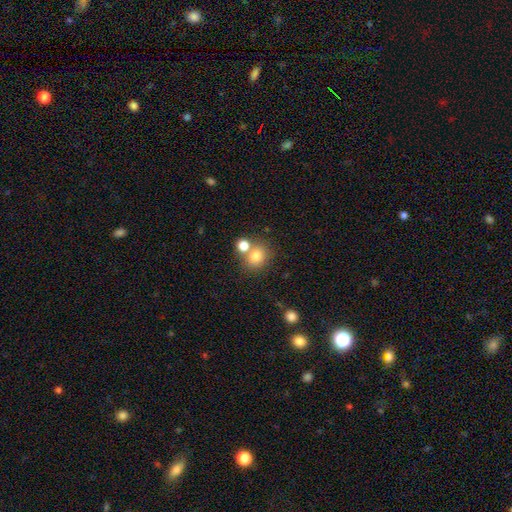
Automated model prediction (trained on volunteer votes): Smooth or featured: smooth — 78% (star or artifact — 12%)
How rounded: round — 74% (in between — 25%)
Merging: none — 59% (merger — 29%)